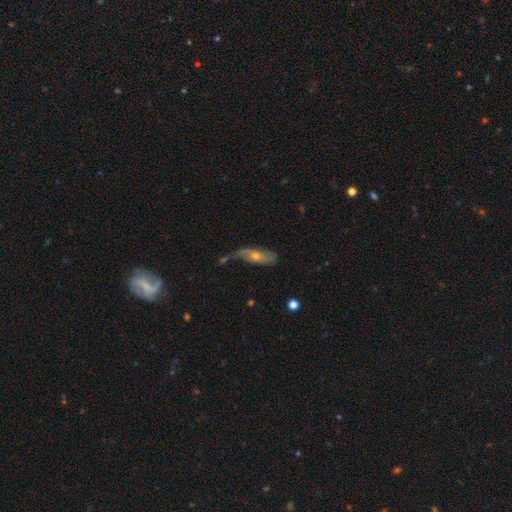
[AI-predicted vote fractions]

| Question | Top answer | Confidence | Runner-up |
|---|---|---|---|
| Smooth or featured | featured or disk | 55% | smooth (37%) |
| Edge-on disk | no | 67% | yes (33%) |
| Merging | none | 41% | minor disturbance (31%) |